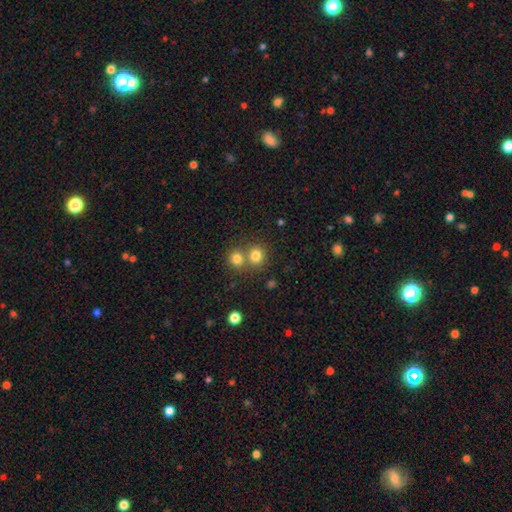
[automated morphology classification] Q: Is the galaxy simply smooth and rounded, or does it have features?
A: smooth — 79%.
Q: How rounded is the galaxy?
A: round — 82%.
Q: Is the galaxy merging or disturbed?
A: none — 52%.